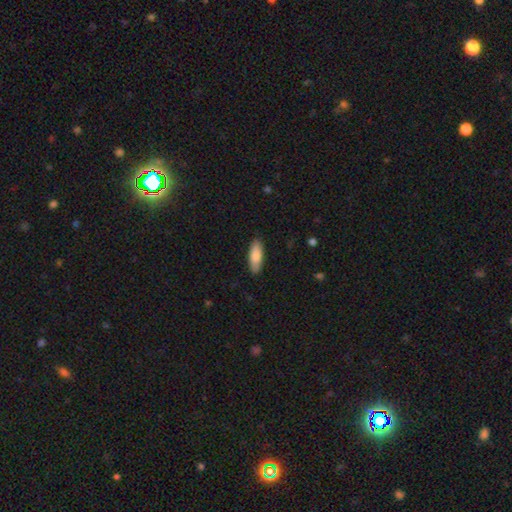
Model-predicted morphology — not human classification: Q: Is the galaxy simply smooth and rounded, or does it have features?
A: smooth — 82%.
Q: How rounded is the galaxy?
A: in between — 66%.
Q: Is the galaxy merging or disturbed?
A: none — 88%.